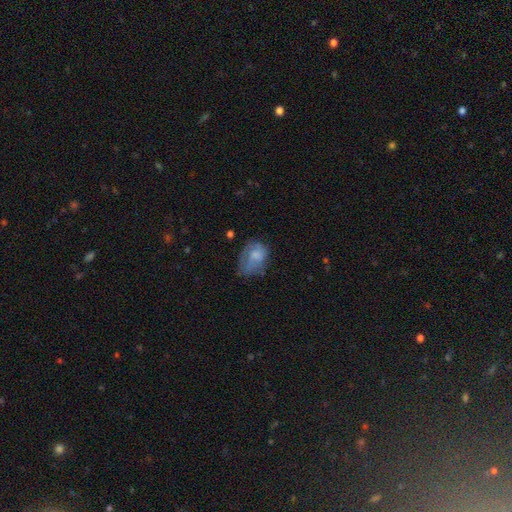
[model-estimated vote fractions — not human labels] Overall: smooth (64%; featured or disk 27%). How rounded: in between (74%). Merging: none (34%, tied with minor disturbance).